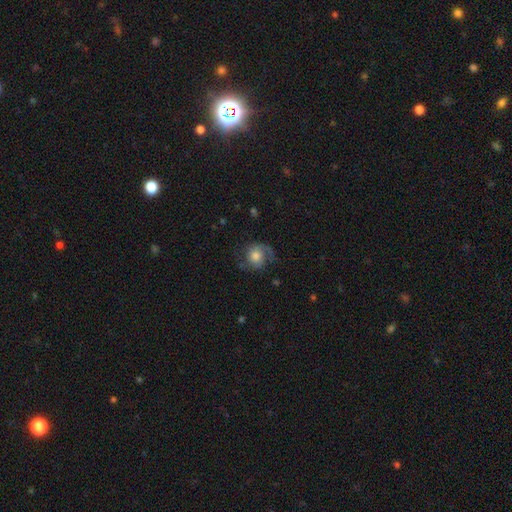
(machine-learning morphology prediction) Smooth or featured? featured or disk (62%)
Edge-on disk? no (97%)
Bar? no (74%)
Spiral arms? yes (92%)
Spiral winding? medium (44%)
Spiral arm count? 2 (68%)
Bulge size? moderate (48%)
Merging? none (63%)